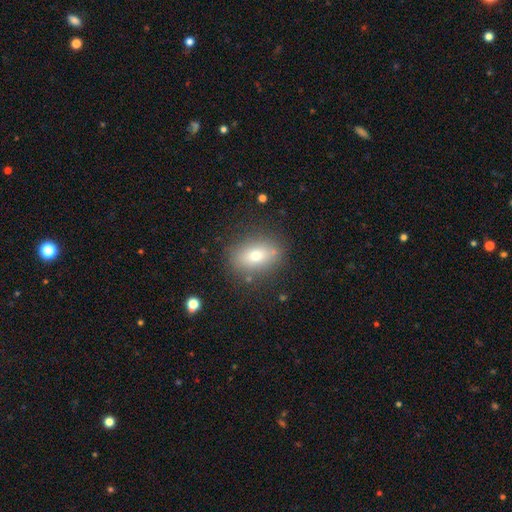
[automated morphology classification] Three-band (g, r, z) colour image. It shows a smooth galaxy with no disk features (70%) that is in between round and cigar-shaped (75%). Merging: none (82%).